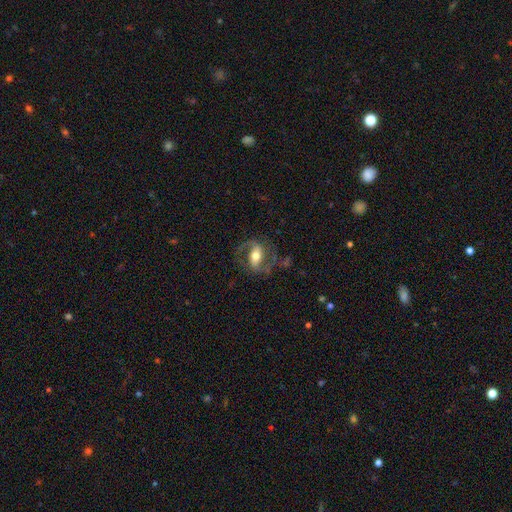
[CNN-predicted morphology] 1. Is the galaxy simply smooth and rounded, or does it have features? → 77% featured or disk, 17% smooth, 6% star or artifact.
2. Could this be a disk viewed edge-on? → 95% no, 5% yes.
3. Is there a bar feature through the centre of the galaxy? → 44% strong, 34% weak, 22% no.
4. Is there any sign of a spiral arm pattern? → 90% yes, 10% no.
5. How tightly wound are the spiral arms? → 53% medium, 31% loose, 16% tight.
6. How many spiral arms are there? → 87% 2, 6% 1, 4% can't tell, 1% 3, 1% 4, 1% more than 4.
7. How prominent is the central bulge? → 67% moderate, 17% large, 14% small, 2% dominant, 1% none.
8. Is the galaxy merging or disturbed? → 67% none, 16% minor disturbance, 14% major disturbance, 2% merger.